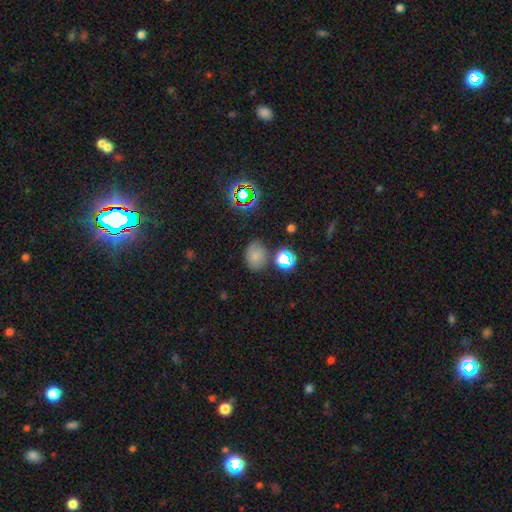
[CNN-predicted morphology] A smooth galaxy with no disk features (69%) that is in between round and cigar-shaped (56%). Merging: none (71%).